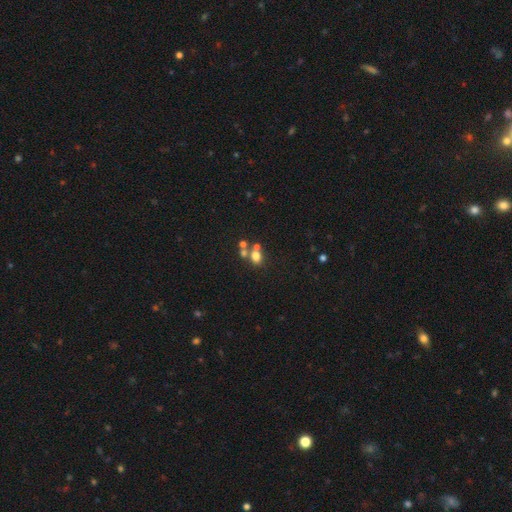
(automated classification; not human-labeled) Smooth or featured? Predicted: smooth (p=0.70). How rounded? Predicted: round (p=0.60). Merging? Predicted: none (p=0.47).